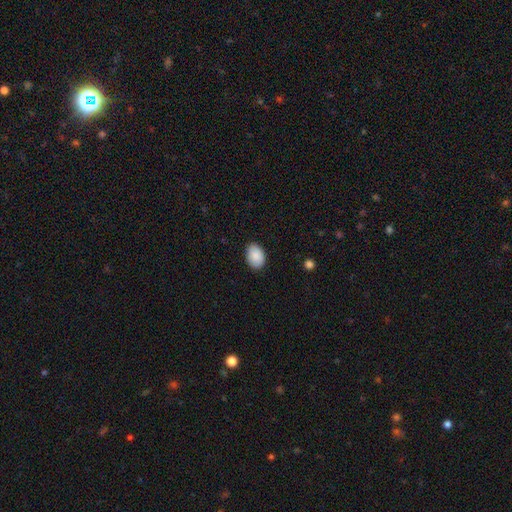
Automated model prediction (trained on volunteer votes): This is clearly a smooth galaxy (89%). How rounded: clearly in between (82%). Merging: clearly none (87%).